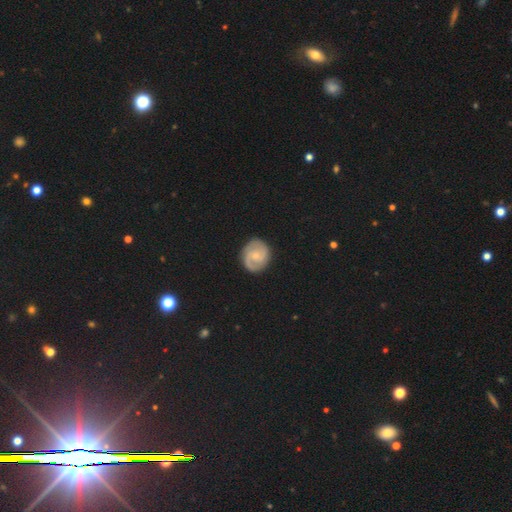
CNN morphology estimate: This appears to be a featured or disk galaxy (80%) with no bar (56%), 2 (87%) medium (45%) spiral arms (96%) and a small central bulge (66%). Merging: none (86%).